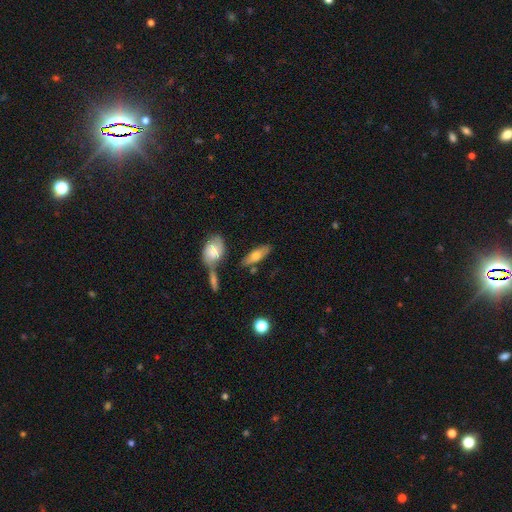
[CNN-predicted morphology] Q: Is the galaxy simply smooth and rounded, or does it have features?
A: smooth — 57%.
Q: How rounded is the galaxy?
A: in between — 60%.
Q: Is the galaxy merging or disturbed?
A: none — 70%.